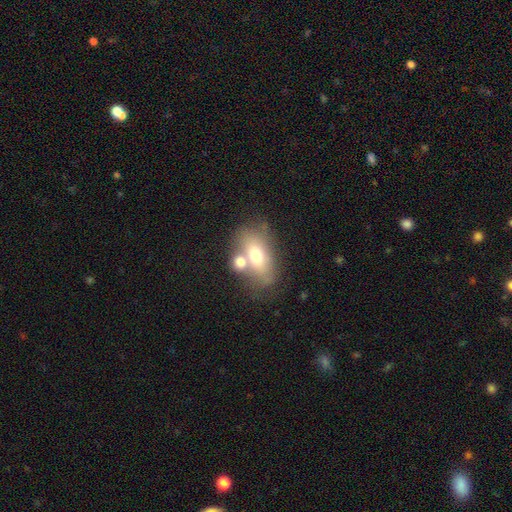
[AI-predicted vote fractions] Smooth or featured: smooth — 63% (featured or disk — 28%)
How rounded: in between — 82% (round — 14%)
Merging: merger — 40% (tied with none — 40%)